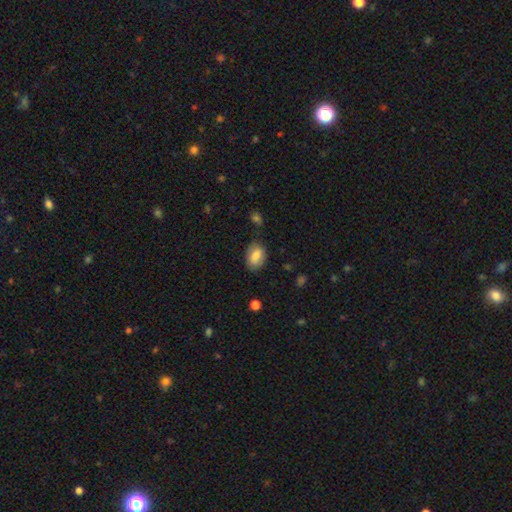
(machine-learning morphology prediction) Smooth or featured? smooth (83%)
How rounded? in between (85%)
Merging? none (77%)